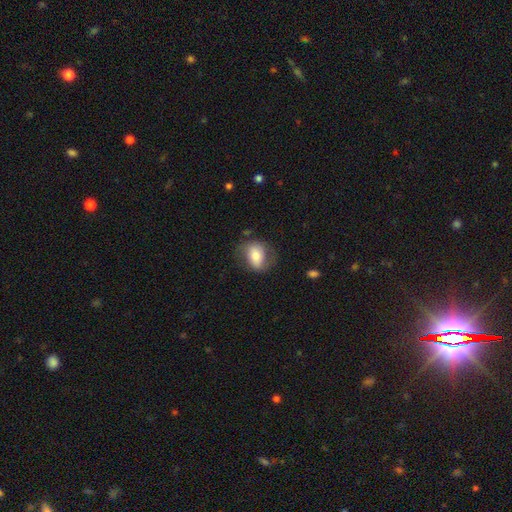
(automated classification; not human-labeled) smooth_or_featured: smooth (p=0.66) [alt: featured or disk p=0.27]
how_rounded: in between (p=0.73) [alt: round p=0.25]
merging: none (p=0.62) [alt: minor disturbance p=0.24]